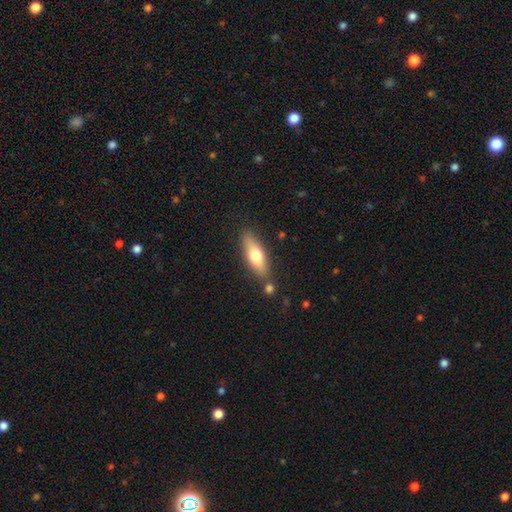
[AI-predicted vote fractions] Q: Smooth or featured?
A: smooth (64%); runner-up: featured or disk (30%)
Q: How rounded?
A: in between (53%); runner-up: cigar-shaped (44%)
Q: Merging?
A: none (77%); runner-up: minor disturbance (12%)